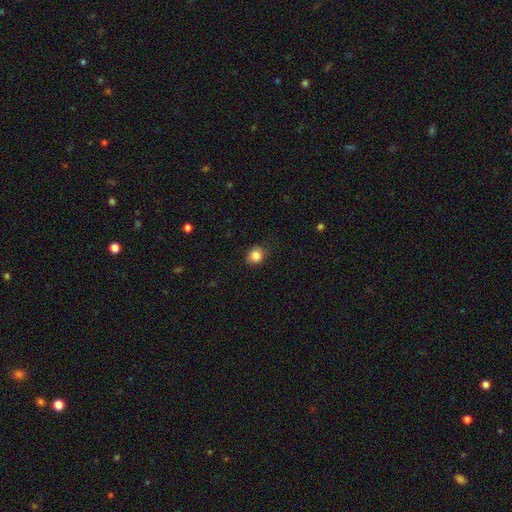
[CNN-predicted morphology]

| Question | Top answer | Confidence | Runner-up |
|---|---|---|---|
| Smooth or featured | smooth | 84% | star or artifact (11%) |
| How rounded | round | 79% | in between (20%) |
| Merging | none | 85% | minor disturbance (12%) |